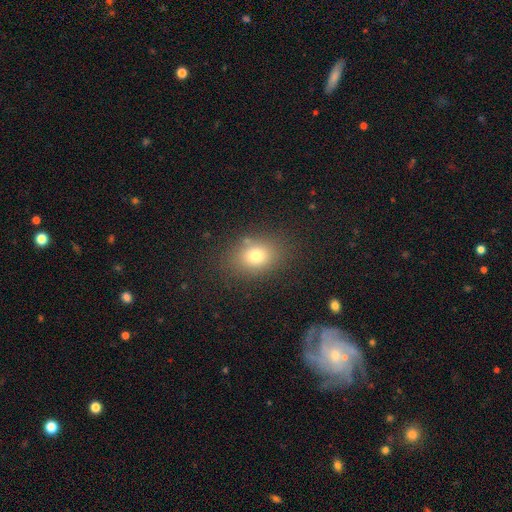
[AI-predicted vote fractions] Smooth or featured? Predicted: smooth (p=0.77). How rounded? Predicted: in between (p=0.61). Merging? Predicted: none (p=0.82).